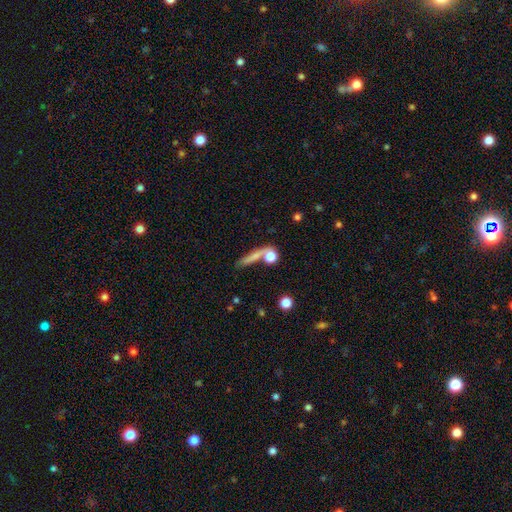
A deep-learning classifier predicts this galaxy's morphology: Smooth or featured?
  - smooth: 63% *
  - featured or disk: 26%
  - star or artifact: 11%
How rounded?
  - cigar-shaped: 64% *
  - round: 20%
  - in between: 16%
Merging?
  - none: 54% *
  - merger: 21%
  - minor disturbance: 15%
  - major disturbance: 10%